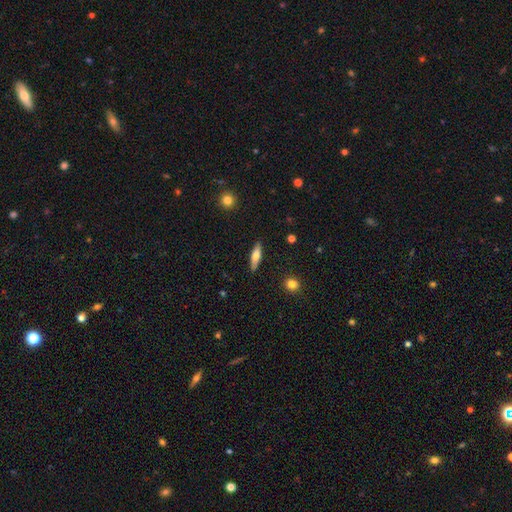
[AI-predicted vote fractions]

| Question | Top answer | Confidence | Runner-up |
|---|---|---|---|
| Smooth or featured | smooth | 64% | featured or disk (29%) |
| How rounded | cigar-shaped | 62% | in between (36%) |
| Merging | none | 87% | minor disturbance (9%) |